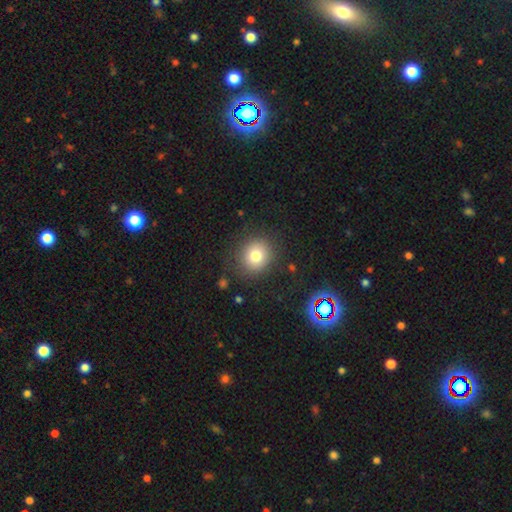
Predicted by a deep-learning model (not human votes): Morphology: type=smooth (79%); roundness=round (84%); merging=none (85%).